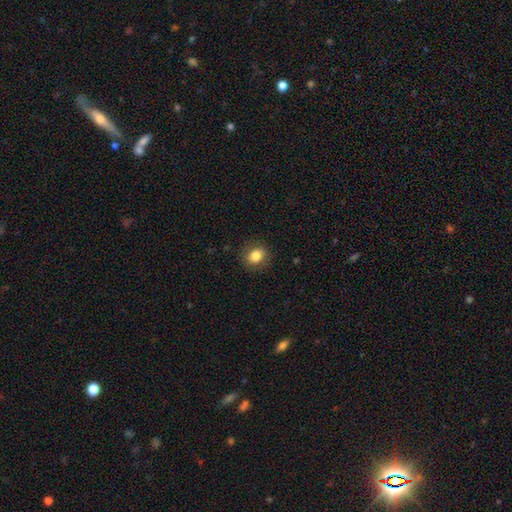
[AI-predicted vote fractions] Q: Smooth or featured?
A: smooth (83%); runner-up: star or artifact (9%)
Q: How rounded?
A: round (59%); runner-up: in between (39%)
Q: Merging?
A: none (87%); runner-up: minor disturbance (9%)